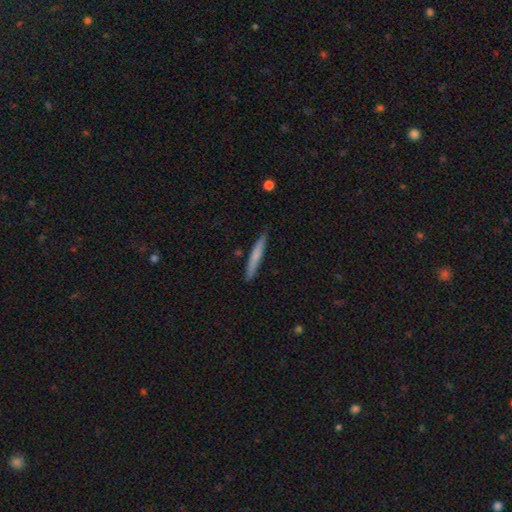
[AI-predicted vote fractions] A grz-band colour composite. It shows a smooth galaxy with no disk features (65%) that is cigar-shaped (96%). Merging: none (88%).